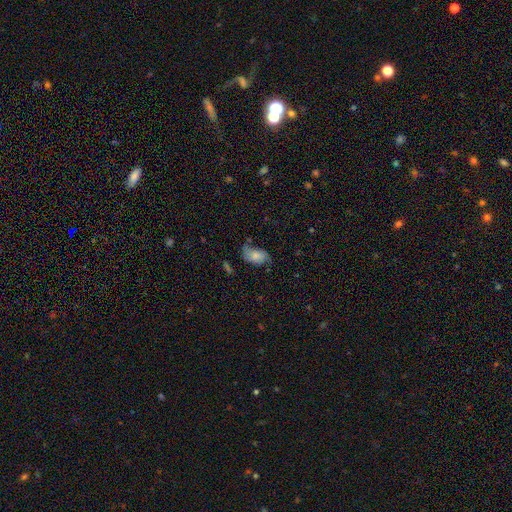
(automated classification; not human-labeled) A smooth galaxy with no disk features (55%) that is in between round and cigar-shaped (89%). Merging: none (49%).